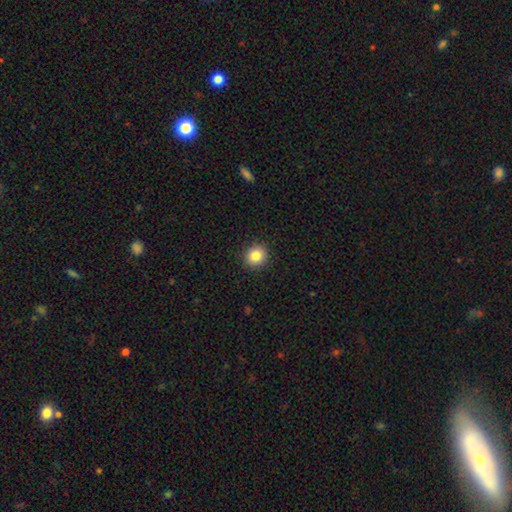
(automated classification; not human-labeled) Morphology: type=smooth (84%); roundness=round (86%); merging=none (91%).